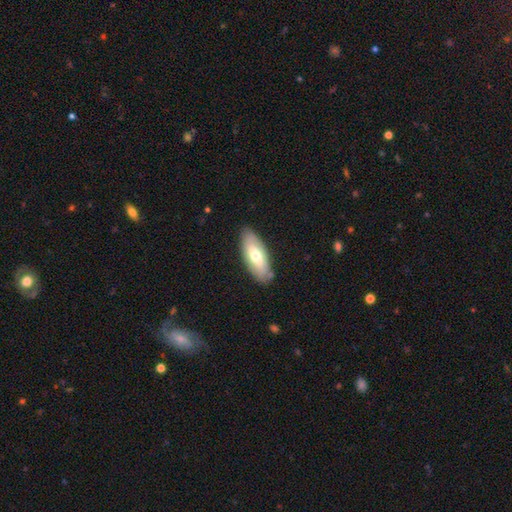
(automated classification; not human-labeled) smooth_or_featured: smooth (p=0.52) [alt: featured or disk p=0.42]
how_rounded: in between (p=0.80) [alt: cigar-shaped p=0.18]
merging: none (p=0.83) [alt: minor disturbance p=0.13]